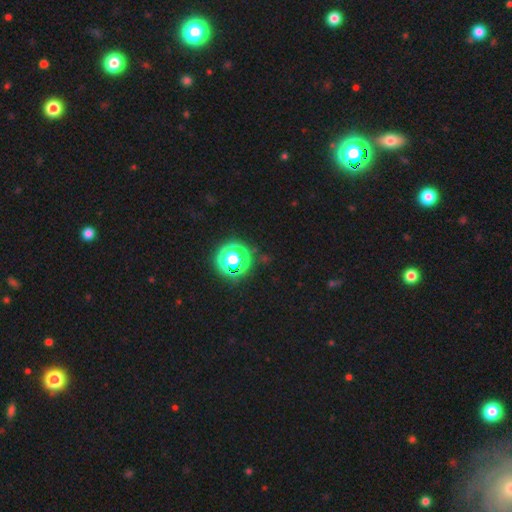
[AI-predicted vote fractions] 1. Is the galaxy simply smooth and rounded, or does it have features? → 75% star or artifact, 19% smooth, 7% featured or disk.